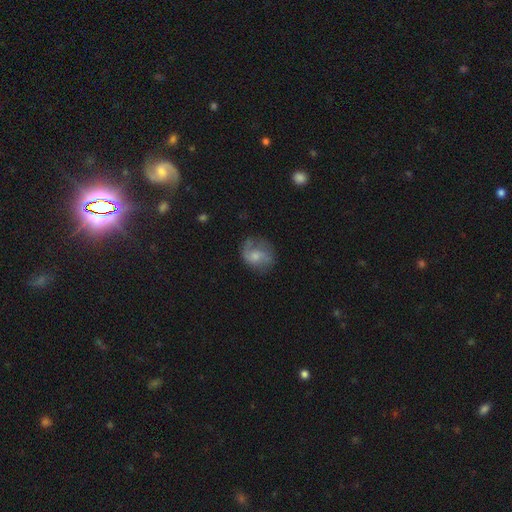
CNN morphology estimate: This is possibly a featured or disk galaxy (53%). It is clearly not viewed edge-on (97%). Bar: likely no (61%). Spiral arm pattern: clearly yes (80%). Central bulge: marginally small (42%). Merging: possibly none (58%).